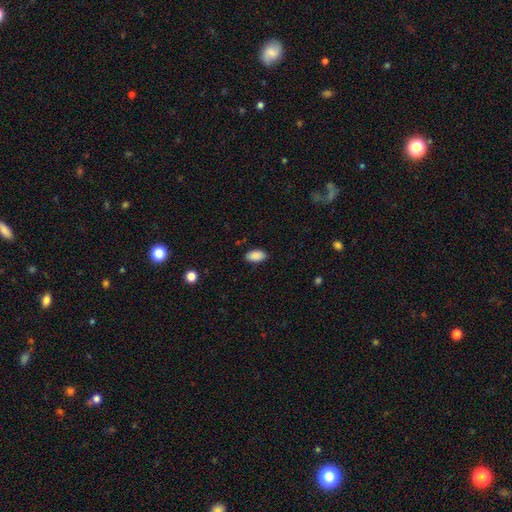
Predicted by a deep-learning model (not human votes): Smooth or featured? smooth (89%)
How rounded? in between (94%)
Merging? none (87%)